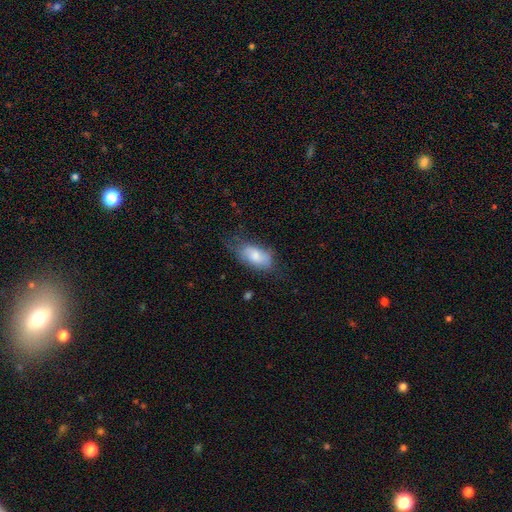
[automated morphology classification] smooth_or_featured: smooth (p=0.74) [alt: featured or disk p=0.19]
how_rounded: in between (p=0.92) [alt: cigar-shaped p=0.04]
merging: none (p=0.49) [alt: minor disturbance p=0.33]